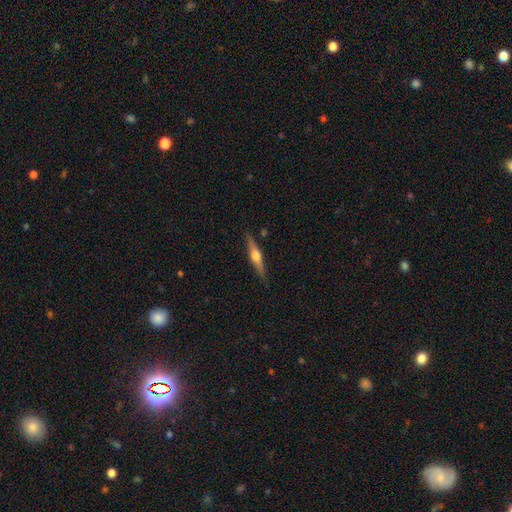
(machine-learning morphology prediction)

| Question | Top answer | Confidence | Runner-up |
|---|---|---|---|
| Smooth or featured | featured or disk | 71% | smooth (24%) |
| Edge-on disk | yes | 98% | no (2%) |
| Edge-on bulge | rounded | 94% | boxy (4%) |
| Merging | none | 89% | minor disturbance (8%) |